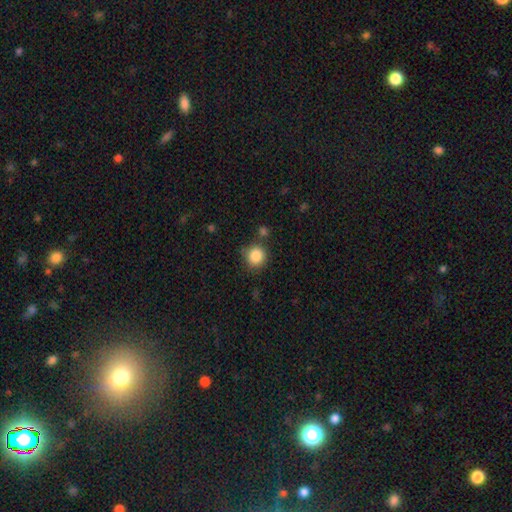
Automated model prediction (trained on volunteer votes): This appears to be a smooth galaxy with no disk features (85%) that is round (90%). Merging: none (78%).